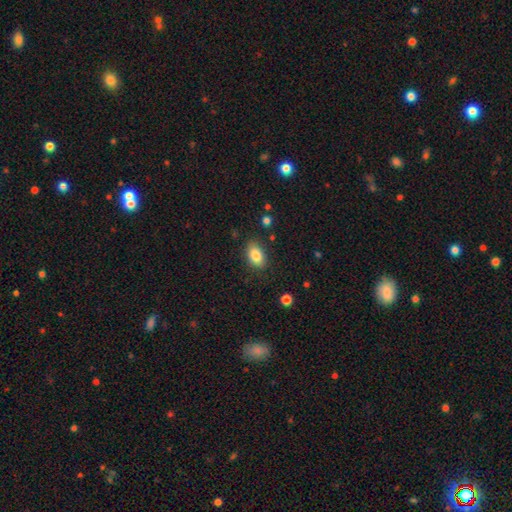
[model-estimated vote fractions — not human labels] This appears to be a smooth galaxy with no disk features (84%) that is in between round and cigar-shaped (90%). Merging: none (83%).